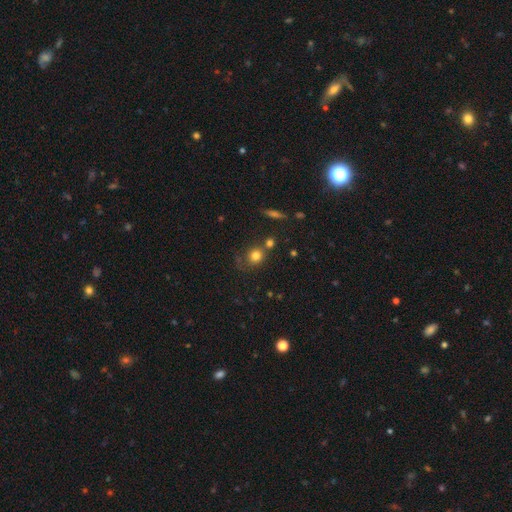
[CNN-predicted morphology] A smooth galaxy with no disk features (78%) that is round (82%).

Vote fractions:
- Smooth or featured? smooth: 78% / star or artifact: 12% / featured or disk: 9%
- How rounded? round: 82% / in between: 17% / cigar-shaped: 1%
- Merging? none: 60% / merger: 18% / minor disturbance: 15% / major disturbance: 7%